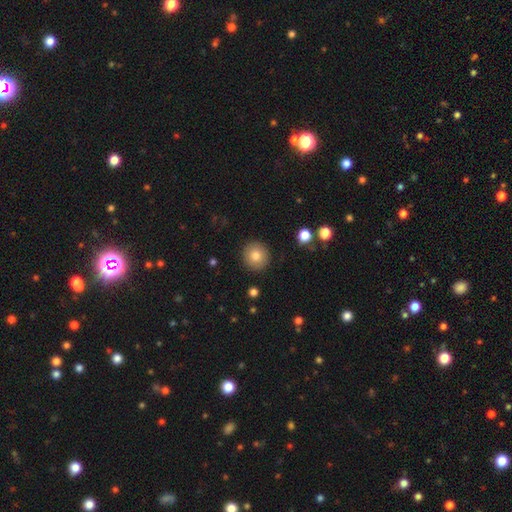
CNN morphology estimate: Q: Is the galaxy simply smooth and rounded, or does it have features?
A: smooth — 81%.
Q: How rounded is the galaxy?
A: round — 94%.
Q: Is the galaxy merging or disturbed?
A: none — 91%.